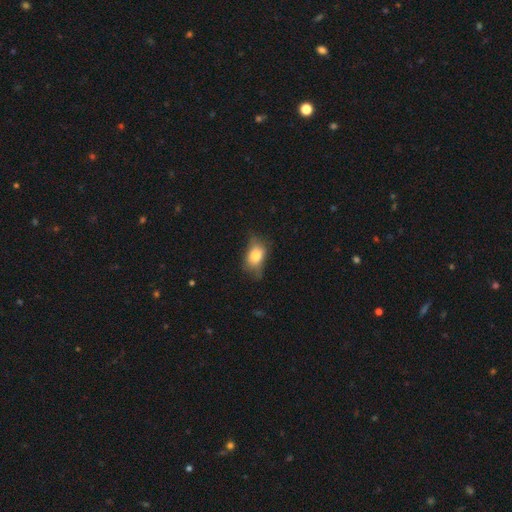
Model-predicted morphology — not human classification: smooth-or-featured: smooth: 76% | featured or disk: 15% | star or artifact: 9%
  how-rounded: in between: 81% | round: 17% | cigar-shaped: 3%
  merging: none: 51% | minor disturbance: 34% | major disturbance: 13% | merger: 2%